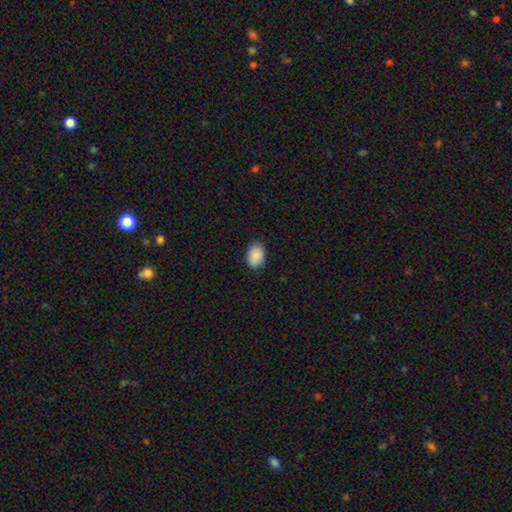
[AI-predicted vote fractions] This appears to be a smooth galaxy with no disk features (90%) that is in between round and cigar-shaped (81%). Merging: none (87%).